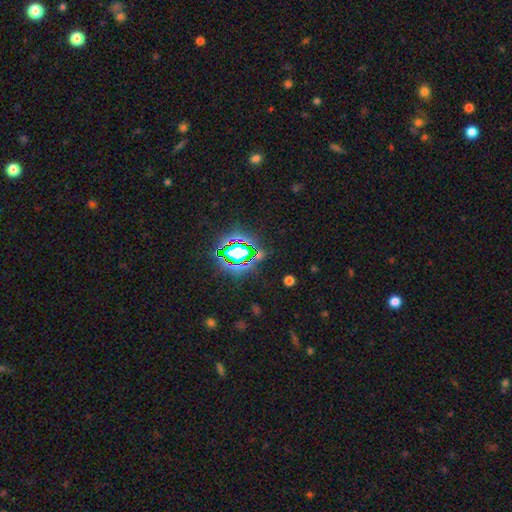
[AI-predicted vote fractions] Smooth or featured? star or artifact (76%)